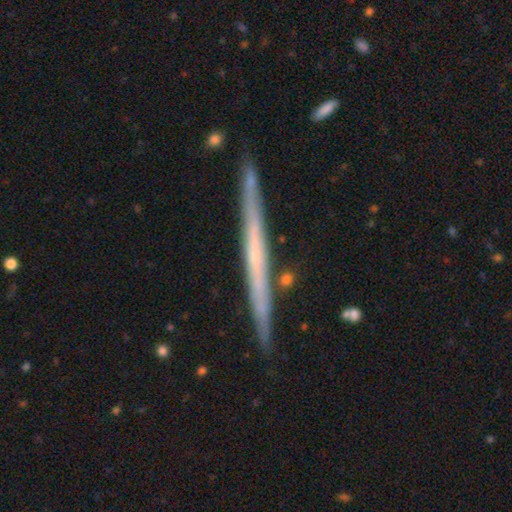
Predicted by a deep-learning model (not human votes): Smooth or featured: featured or disk — 69% (smooth — 24%)
Edge-on disk: yes — 98% (no — 2%)
Edge-on bulge: none — 77% (rounded — 19%)
Merging: none — 89% (minor disturbance — 8%)